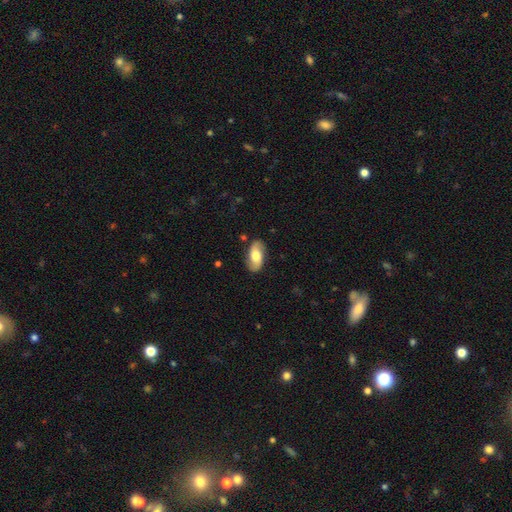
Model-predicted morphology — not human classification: smooth_or_featured: featured or disk (p=0.53) [alt: smooth p=0.41]
disk_edge_on: no (p=0.92) [alt: yes p=0.08]
merging: none (p=0.83) [alt: minor disturbance p=0.12]